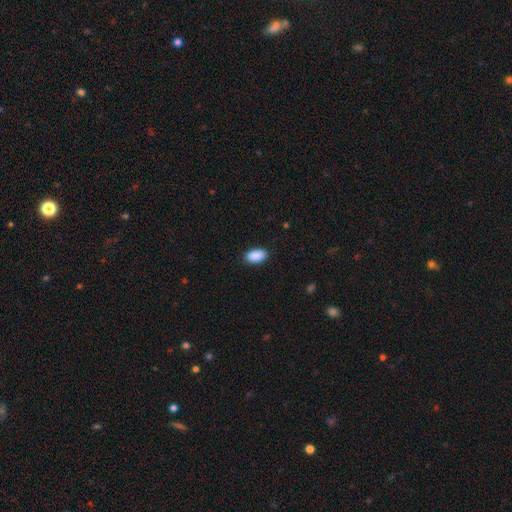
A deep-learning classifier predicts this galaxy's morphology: Smooth or featured: smooth — 91% (star or artifact — 7%)
How rounded: in between — 94% (round — 4%)
Merging: none — 87% (minor disturbance — 10%)